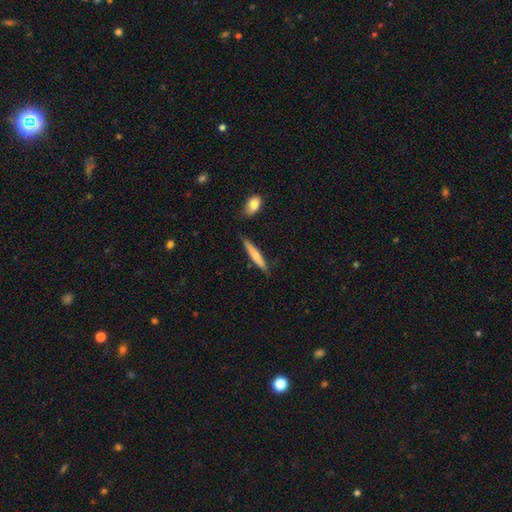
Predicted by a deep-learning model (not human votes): Smooth or featured?
  - smooth: 67% *
  - featured or disk: 27%
  - star or artifact: 5%
How rounded?
  - cigar-shaped: 91% *
  - in between: 7%
  - round: 1%
Merging?
  - none: 81% *
  - minor disturbance: 13%
  - merger: 4%
  - major disturbance: 2%